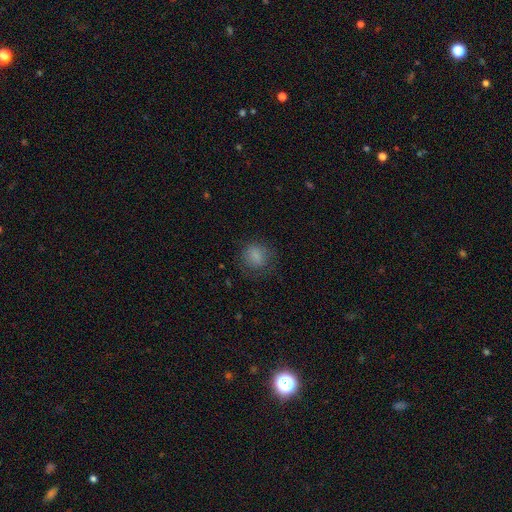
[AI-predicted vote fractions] A smooth galaxy with no disk features (81%) that is round (75%). Merging: none (74%).